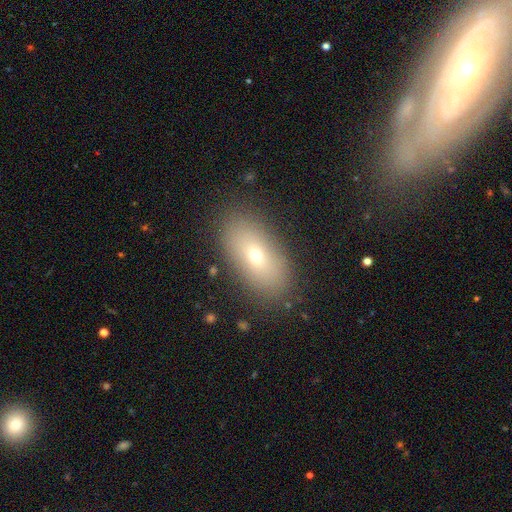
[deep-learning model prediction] A smooth galaxy with no disk features (65%) that is in between round and cigar-shaped (87%). Merging: none (86%).